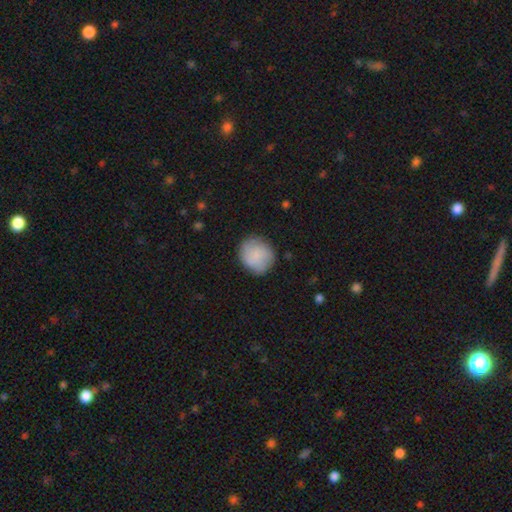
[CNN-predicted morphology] This is clearly a smooth galaxy (83%). How rounded: clearly round (84%). Merging: clearly none (80%).